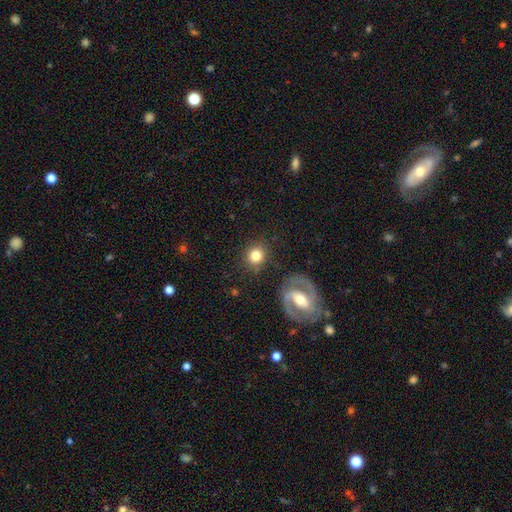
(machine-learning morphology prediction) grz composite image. It shows a smooth galaxy with no disk features (74%) that is round (87%). Merging: none (84%).